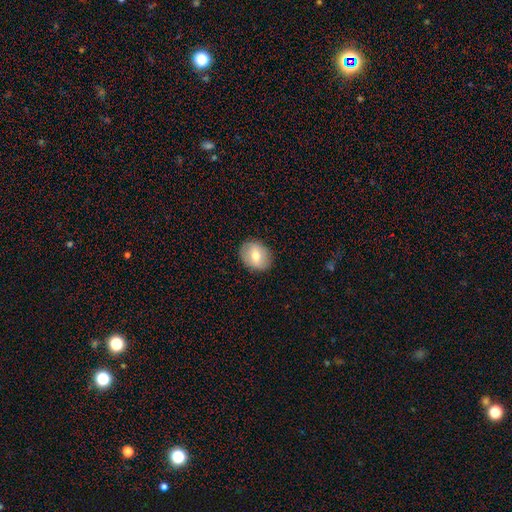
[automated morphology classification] Smooth or featured?
  - smooth: 66% *
  - featured or disk: 27%
  - star or artifact: 8%
How rounded?
  - in between: 50% *
  - round: 49%
  - cigar-shaped: 1%
Merging?
  - none: 88% *
  - minor disturbance: 9%
  - major disturbance: 2%
  - merger: 1%